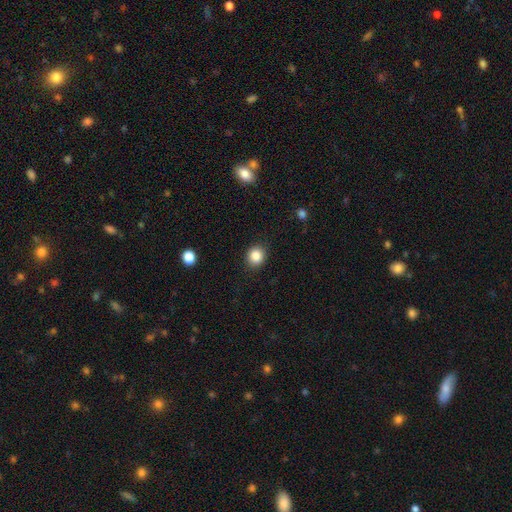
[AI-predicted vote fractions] A smooth galaxy with no disk features (86%) that is round (76%).

Vote fractions:
- Smooth or featured? smooth: 86% / star or artifact: 10% / featured or disk: 4%
- How rounded? round: 76% / in between: 23% / cigar-shaped: 1%
- Merging? none: 89% / minor disturbance: 8% / major disturbance: 2% / merger: 1%